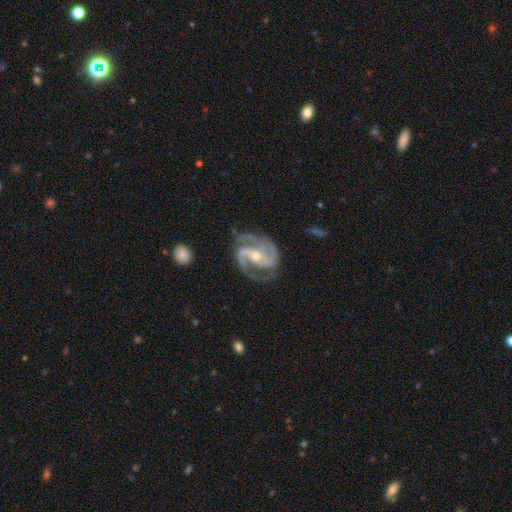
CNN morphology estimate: Smooth or featured? Predicted: featured or disk (p=0.93). Edge-on disk? Predicted: no (p=0.98). Bar? Predicted: weak (p=0.36). Spiral arms? Predicted: yes (p=0.98). Spiral winding? Predicted: medium (p=0.57). Spiral arm count? Predicted: 2 (p=0.60). Bulge size? Predicted: moderate (p=0.51). Merging? Predicted: none (p=0.72).